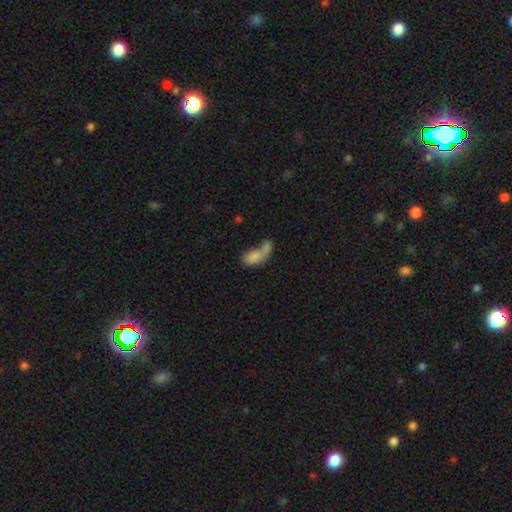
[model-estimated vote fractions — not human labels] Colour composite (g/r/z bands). It shows a smooth galaxy with no disk features (77%) that is in between round and cigar-shaped (87%). Merging: merger (63%).